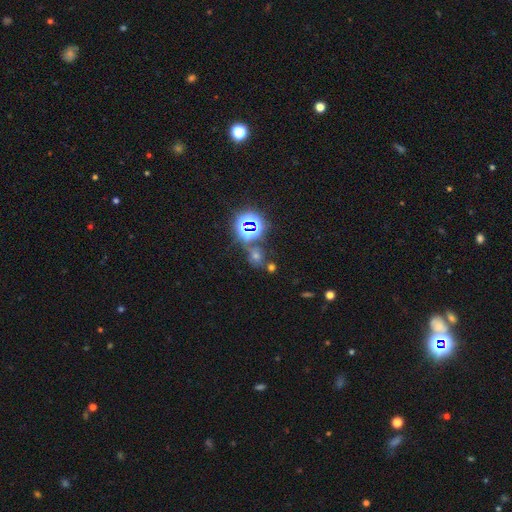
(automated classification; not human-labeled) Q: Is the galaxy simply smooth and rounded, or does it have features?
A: star or artifact — 56%.